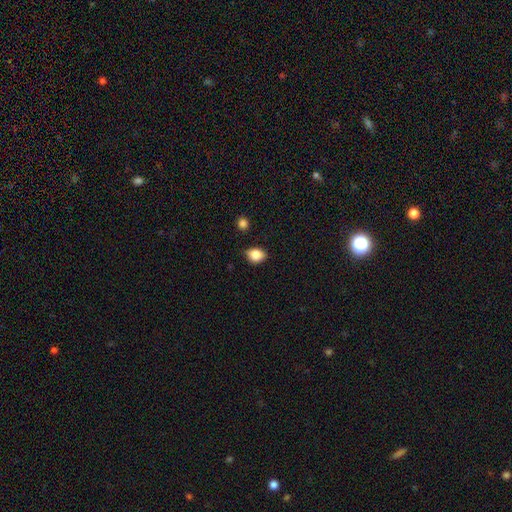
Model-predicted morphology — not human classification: smooth 85%, star or artifact 9%, featured or disk 6%. Down the decision tree: how rounded — in between (59%); merging — none (72%).